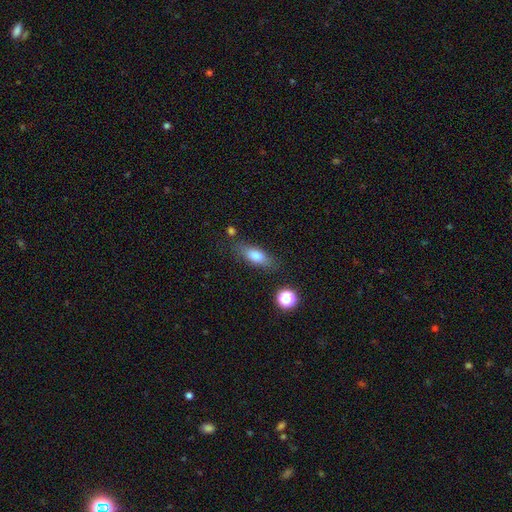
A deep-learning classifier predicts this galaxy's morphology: A smooth galaxy with no disk features (77%) that is in between round and cigar-shaped (71%). Merging: none (75%).